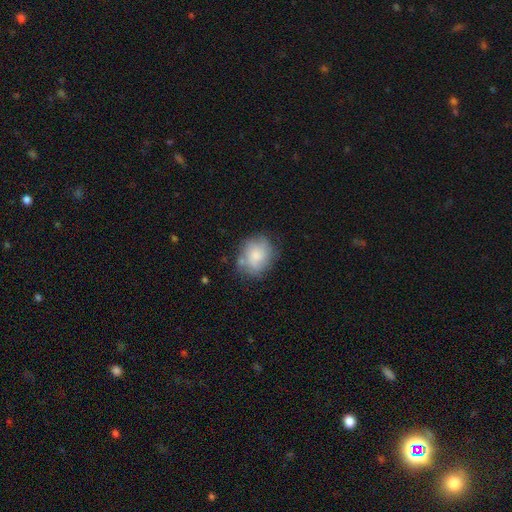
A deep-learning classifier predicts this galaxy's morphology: This is likely a smooth galaxy (65%). How rounded: possibly round (55%). Merging: likely none (64%).